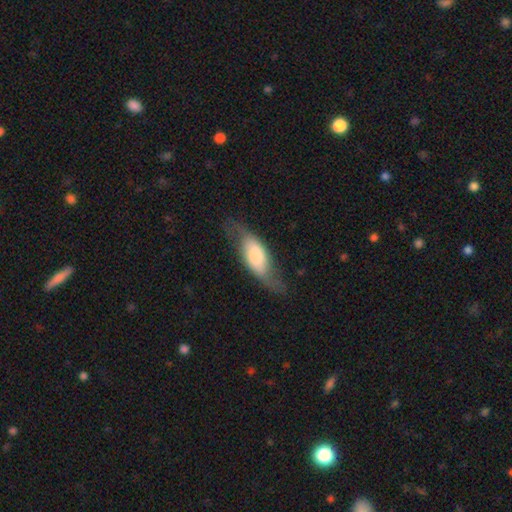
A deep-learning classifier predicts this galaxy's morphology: smooth_or_featured: featured or disk (p=0.49) [alt: smooth p=0.44]
merging: none (p=0.66) [alt: minor disturbance p=0.22]